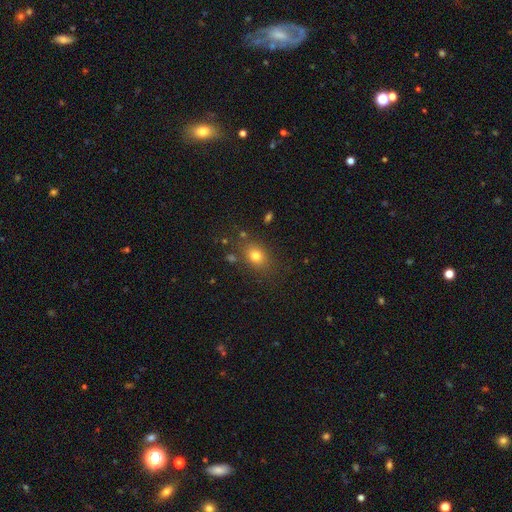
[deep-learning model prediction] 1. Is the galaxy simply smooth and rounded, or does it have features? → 77% smooth, 13% star or artifact, 10% featured or disk.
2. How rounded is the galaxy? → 61% in between, 37% round, 2% cigar-shaped.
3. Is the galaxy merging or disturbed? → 79% none, 13% minor disturbance, 5% major disturbance, 4% merger.